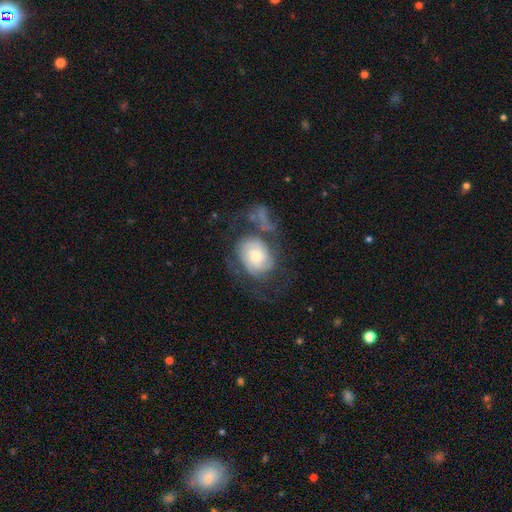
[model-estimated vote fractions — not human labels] The model was most divided on "bulge size": moderate: 43%, small: 41%, large: 10%, dominant: 3%, none: 3%. Remaining: edge-on disk — no (97%); bar — no (79%); spiral arms — yes (77%); smooth or featured — featured or disk (58%); merging — none (36%).